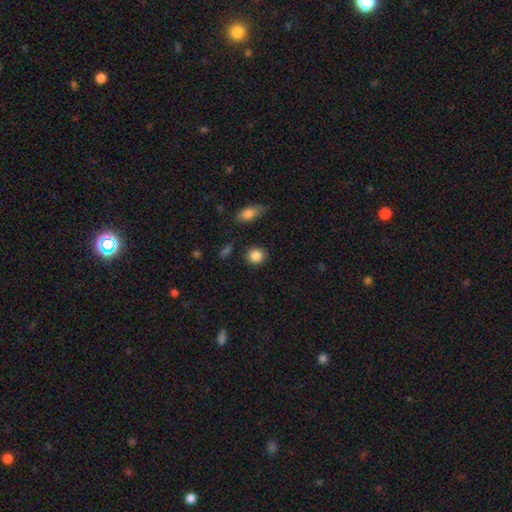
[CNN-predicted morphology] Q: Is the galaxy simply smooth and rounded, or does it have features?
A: smooth — 87%.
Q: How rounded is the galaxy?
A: round — 80%.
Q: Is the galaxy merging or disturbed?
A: none — 87%.